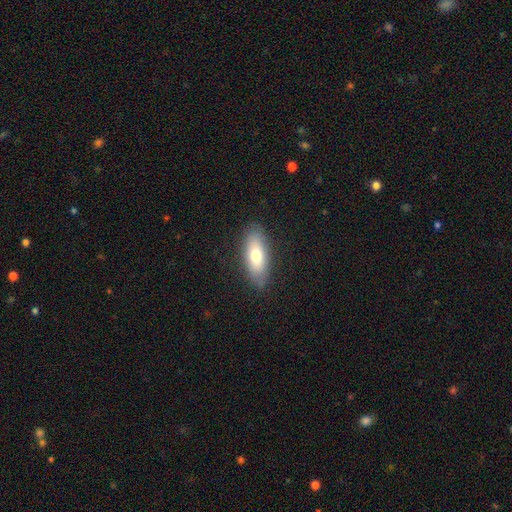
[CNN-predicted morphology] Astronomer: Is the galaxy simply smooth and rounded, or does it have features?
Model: smooth — 71%.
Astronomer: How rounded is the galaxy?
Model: in between — 75%.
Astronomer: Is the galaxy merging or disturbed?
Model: none — 84%.